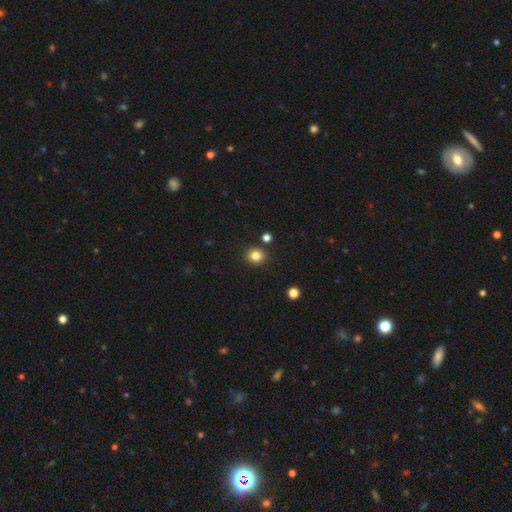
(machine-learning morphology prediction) A smooth galaxy with no disk features (83%) that is round (77%).

Vote fractions:
- Smooth or featured? smooth: 83% / star or artifact: 12% / featured or disk: 5%
- How rounded? round: 77% / in between: 22% / cigar-shaped: 1%
- Merging? none: 87% / minor disturbance: 7% / merger: 3% / major disturbance: 2%